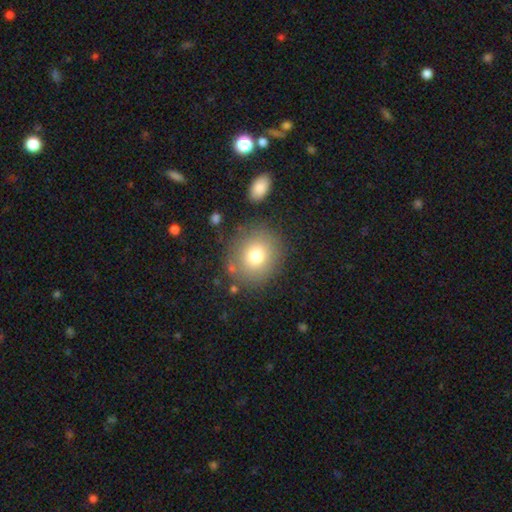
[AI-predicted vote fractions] smooth 75%, featured or disk 13%, star or artifact 12%. Down the decision tree: how rounded — round (84%); merging — none (83%).